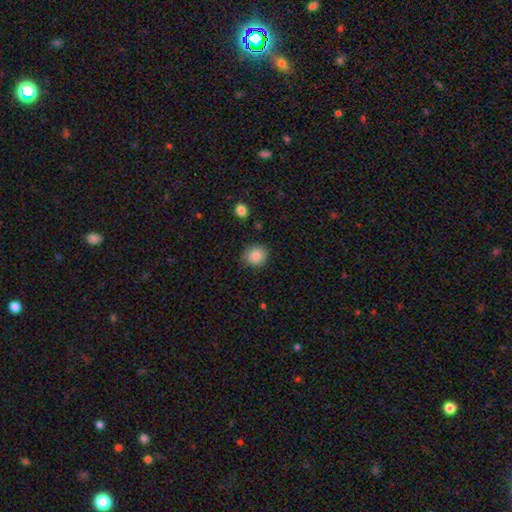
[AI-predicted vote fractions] Morphology: type=smooth (86%); roundness=round (89%); merging=none (83%).